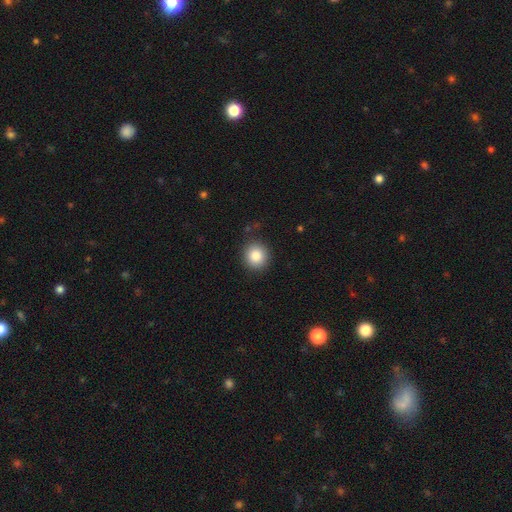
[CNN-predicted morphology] This is clearly a smooth galaxy (86%). How rounded: clearly round (87%). Merging: clearly none (88%).